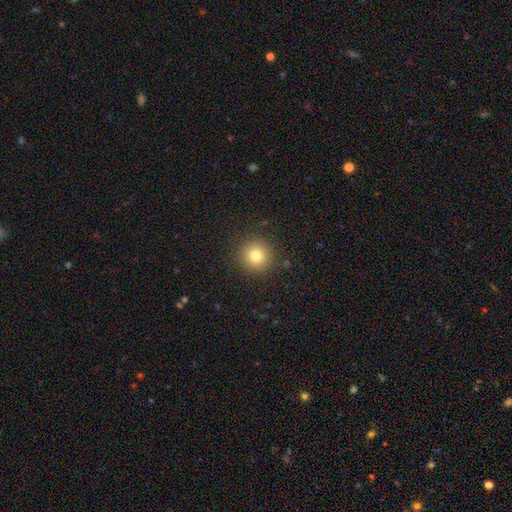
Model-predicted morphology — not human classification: This is likely a smooth galaxy (79%). How rounded: clearly round (95%). Merging: clearly none (91%).